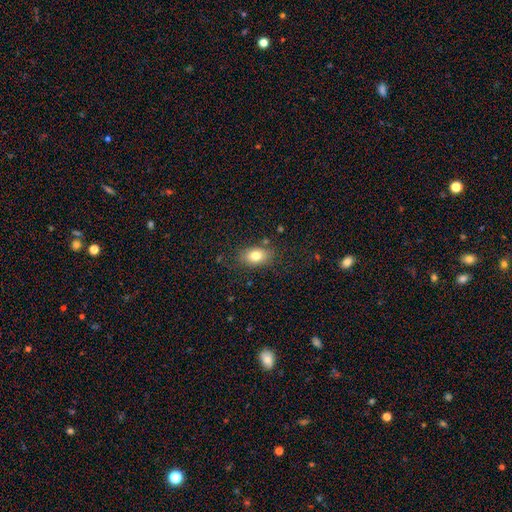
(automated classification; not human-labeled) Smooth or featured: smooth — 78% (featured or disk — 12%)
How rounded: in between — 82% (round — 16%)
Merging: none — 80% (minor disturbance — 13%)